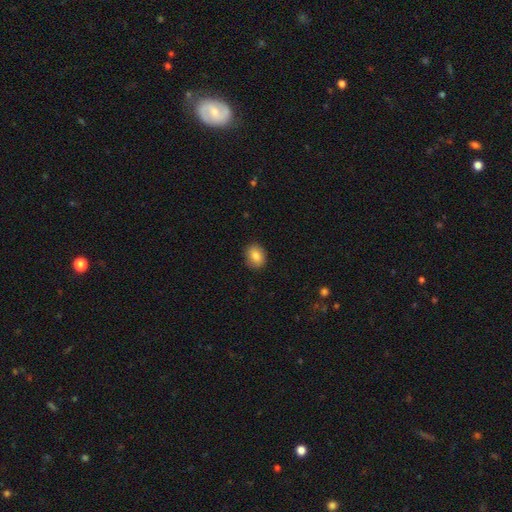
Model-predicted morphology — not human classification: A smooth galaxy with no disk features (84%) that is in between round and cigar-shaped (62%).

Vote fractions:
- Smooth or featured? smooth: 84% / star or artifact: 8% / featured or disk: 8%
- How rounded? in between: 62% / round: 37% / cigar-shaped: 1%
- Merging? none: 88% / minor disturbance: 9% / major disturbance: 2% / merger: 1%